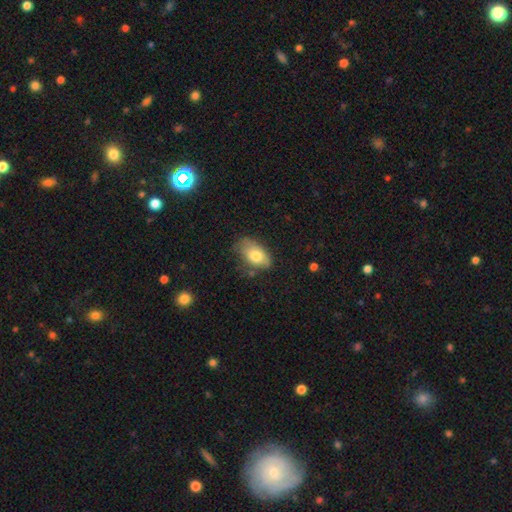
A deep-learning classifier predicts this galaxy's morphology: Overall: smooth (75%). How rounded: in between (91%). Merging: none (56%; minor disturbance 32%).